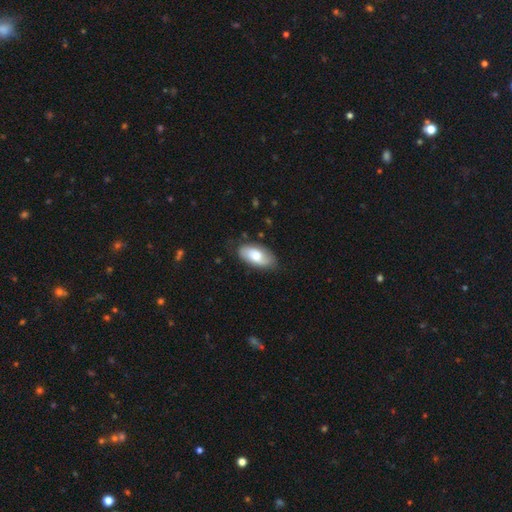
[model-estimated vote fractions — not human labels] Smooth or featured? Predicted: smooth (p=0.66). How rounded? Predicted: in between (p=0.93). Merging? Predicted: none (p=0.78).